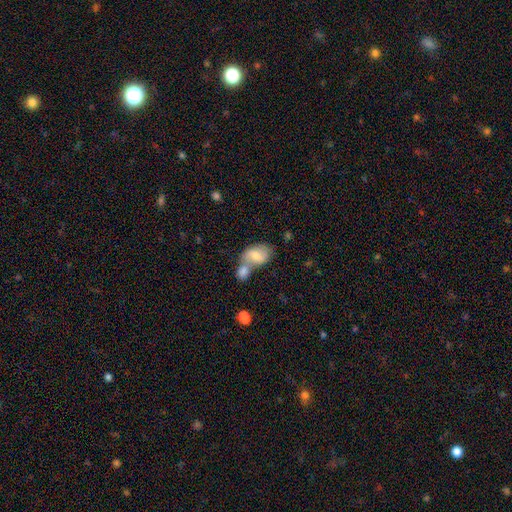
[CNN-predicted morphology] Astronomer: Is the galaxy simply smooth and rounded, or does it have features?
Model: smooth — 63%.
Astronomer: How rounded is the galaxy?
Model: in between — 85%.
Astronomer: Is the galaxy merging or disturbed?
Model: merger — 56%.